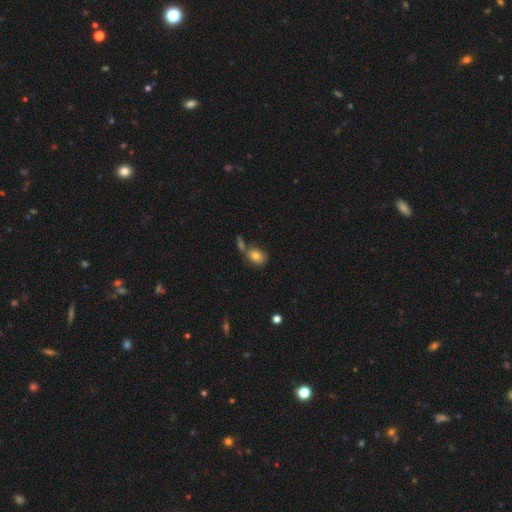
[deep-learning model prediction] A smooth galaxy with no disk features (79%) that is in between round and cigar-shaped (66%). Merging: none (60%).